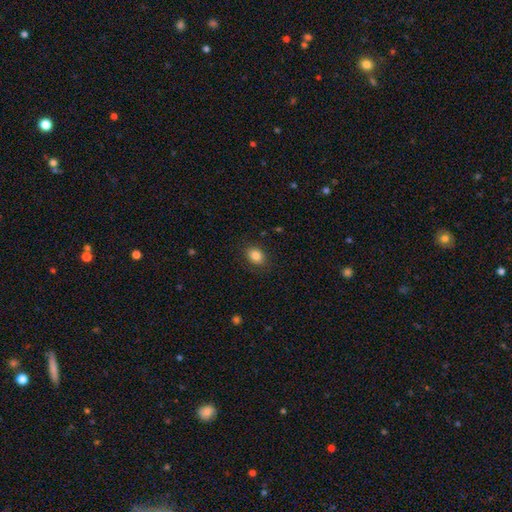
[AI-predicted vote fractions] Morphology: type=smooth (85%); roundness=in between (64%); merging=none (85%).